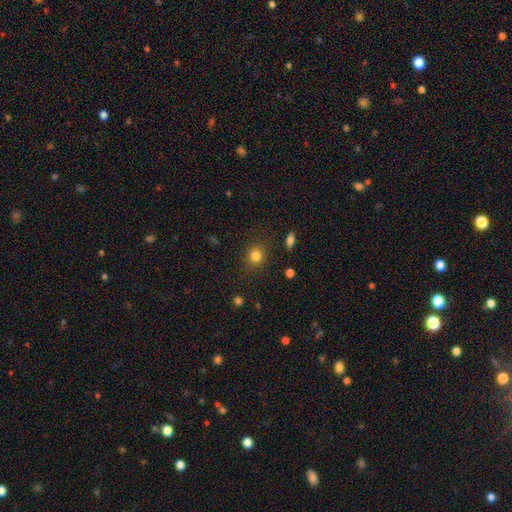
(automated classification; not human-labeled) Smooth or featured? smooth (82%)
How rounded? round (82%)
Merging? none (86%)